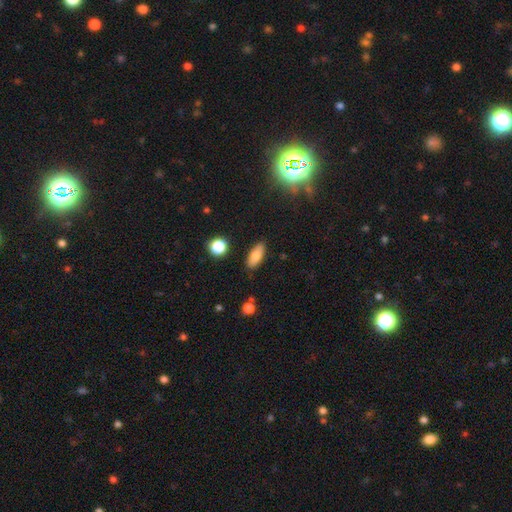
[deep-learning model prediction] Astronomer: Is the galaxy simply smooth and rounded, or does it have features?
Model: smooth — 79%.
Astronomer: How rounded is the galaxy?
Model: in between — 76%.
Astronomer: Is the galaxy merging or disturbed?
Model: none — 85%.